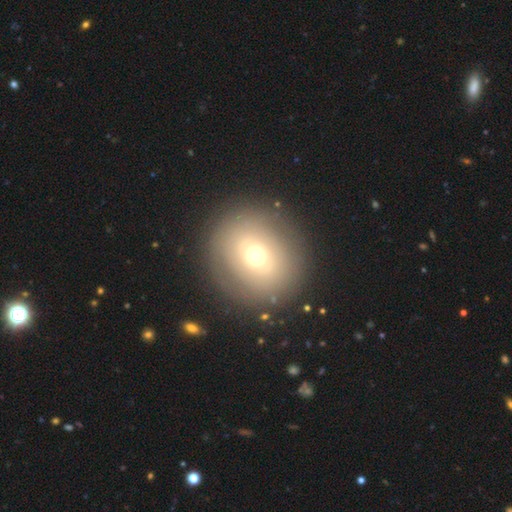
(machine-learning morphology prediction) The model was most divided on "smooth or featured": smooth: 61%, featured or disk: 26%, star or artifact: 12%. More confident: merging — none (86%); how rounded — round (83%).